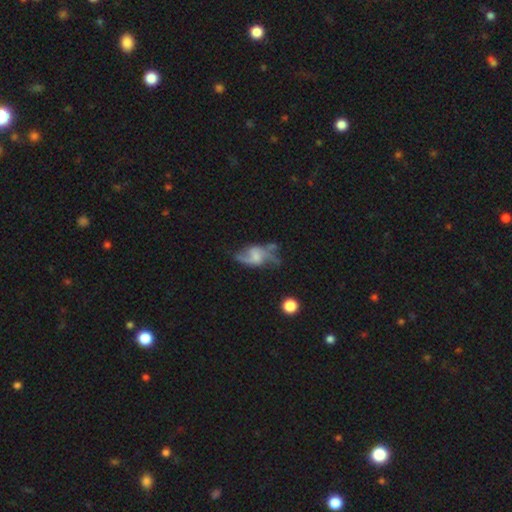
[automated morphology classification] smooth-or-featured: featured or disk: 73% | smooth: 19% | star or artifact: 9%
  disk-edge-on: no: 95% | yes: 5%
    bar: no: 48% | weak: 41% | strong: 11%
    has-spiral-arms: yes: 86% | no: 14%
      spiral-winding: loose: 73% | medium: 21% | tight: 5%
      spiral-arm-count: 2: 82% | can't tell: 7% | 1: 5% | 3: 3% | 4: 1% | more than 4: 1%
    bulge-size: small: 38% | none: 28% | moderate: 25% | large: 6% | dominant: 2%
  merging: none: 44% | major disturbance: 26% | minor disturbance: 23% | merger: 7%